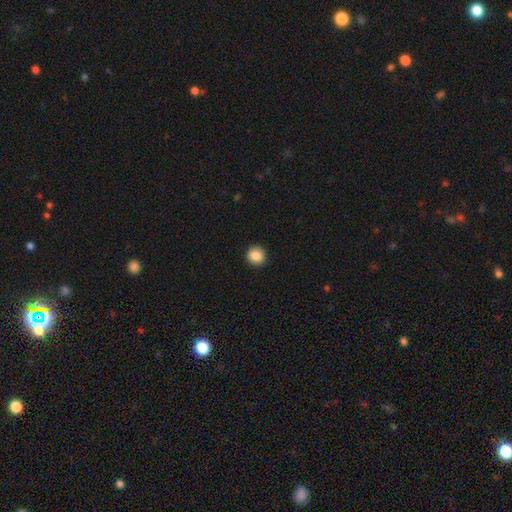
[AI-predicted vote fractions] smooth_or_featured: smooth (p=0.87) [alt: star or artifact p=0.09]
how_rounded: round (p=0.91) [alt: in between p=0.08]
merging: none (p=0.92) [alt: minor disturbance p=0.05]